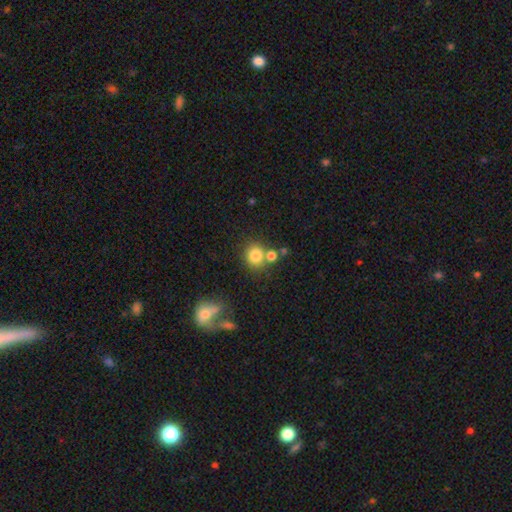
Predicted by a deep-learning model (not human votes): smooth 81%, star or artifact 11%, featured or disk 8%. Down the decision tree: how rounded — round (80%); merging — none (61%).